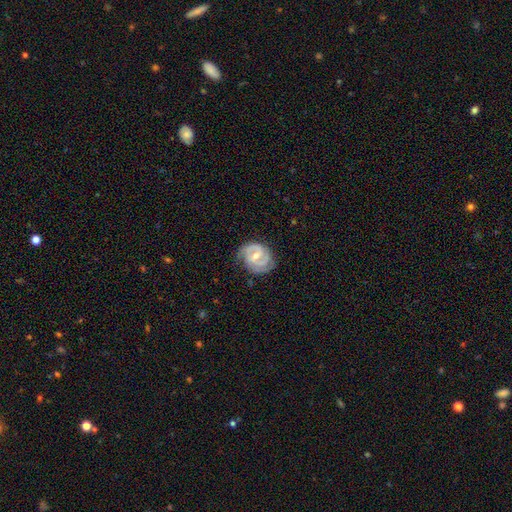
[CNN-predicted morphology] Smooth or featured: featured or disk — 87% (smooth — 8%)
Edge-on disk: no — 98% (yes — 2%)
Bar: weak — 54% (no — 24%)
Spiral arms: yes — 96% (no — 4%)
Spiral winding: tight — 54% (medium — 38%)
Spiral arm count: 2 — 65% (3 — 17%)
Bulge size: moderate — 51% (small — 46%)
Merging: none — 72% (minor disturbance — 20%)